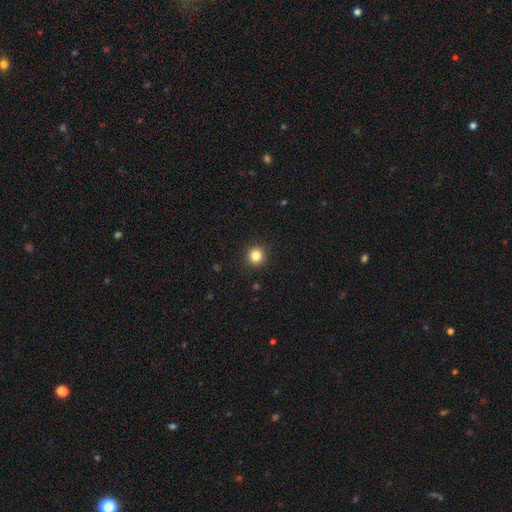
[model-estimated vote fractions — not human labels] A smooth galaxy with no disk features (84%) that is round (94%).

Vote fractions:
- Smooth or featured? smooth: 84% / star or artifact: 11% / featured or disk: 5%
- How rounded? round: 94% / in between: 5% / cigar-shaped: 1%
- Merging? none: 92% / minor disturbance: 5% / major disturbance: 2% / merger: 1%